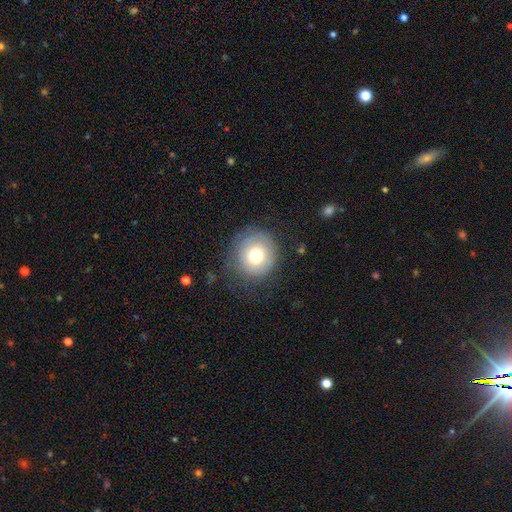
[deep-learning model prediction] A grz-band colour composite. It shows a smooth galaxy with no disk features (70%) that is round (93%). Merging: none (75%).